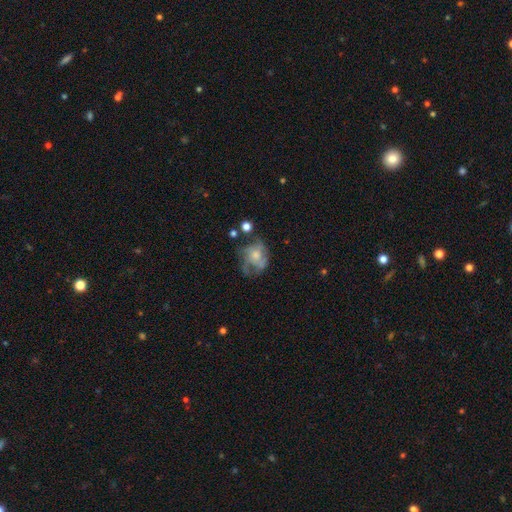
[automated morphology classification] The model was most divided on "merging": none: 44%, major disturbance: 28%, minor disturbance: 23%, merger: 5%. Remaining: edge-on disk — no (98%); bar — no (81%); spiral arms — yes (65%); smooth or featured — featured or disk (60%); bulge size — moderate (48%).